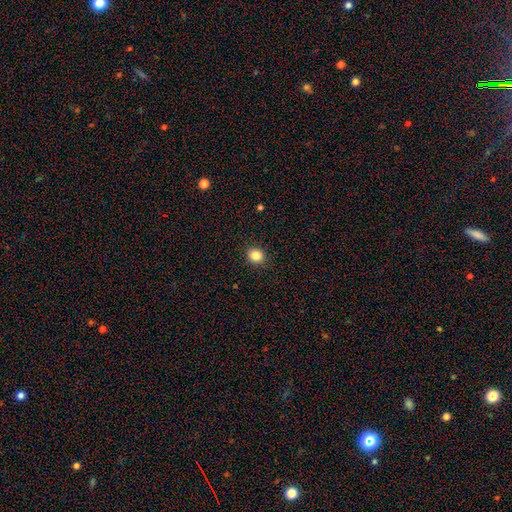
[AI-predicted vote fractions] A smooth galaxy with no disk features (84%) that is round (77%). Merging: none (91%).